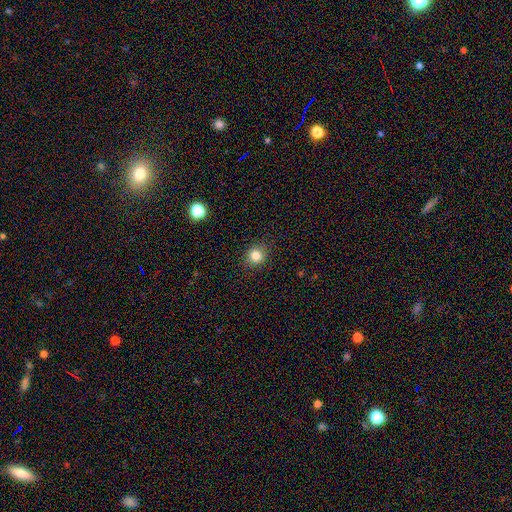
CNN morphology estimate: This is clearly a smooth galaxy (83%). How rounded: clearly round (84%). Merging: clearly none (89%).